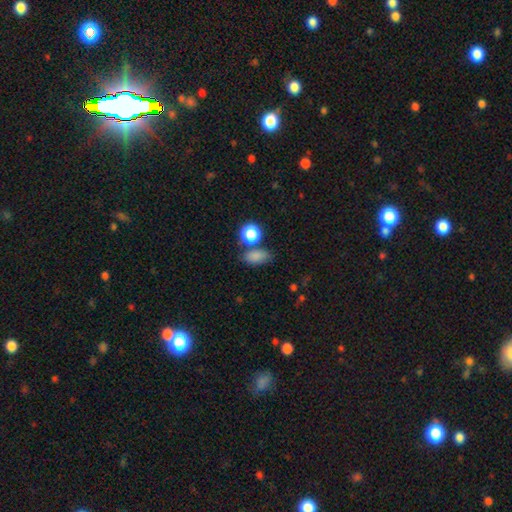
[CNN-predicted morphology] Q: Smooth or featured?
A: smooth (82%); runner-up: star or artifact (12%)
Q: How rounded?
A: in between (78%); runner-up: round (18%)
Q: Merging?
A: none (66%); runner-up: minor disturbance (16%)